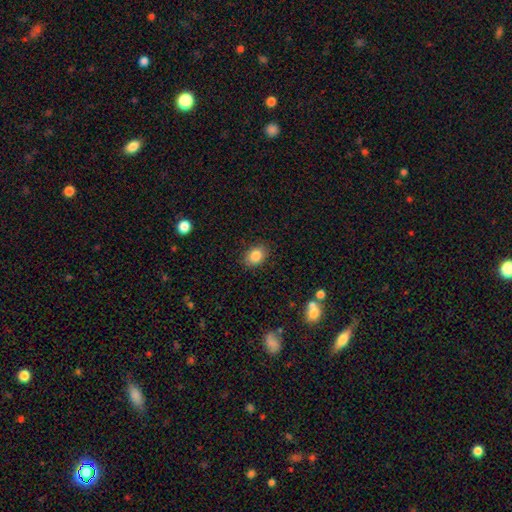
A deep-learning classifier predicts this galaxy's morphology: Smooth or featured? Predicted: smooth (p=0.86). How rounded? Predicted: in between (p=0.66). Merging? Predicted: none (p=0.86).